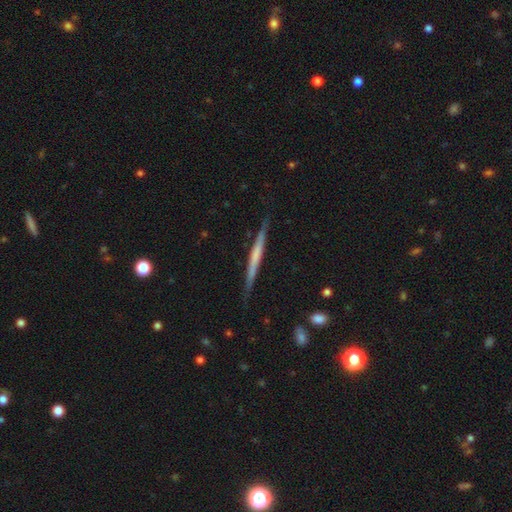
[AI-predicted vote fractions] Overall: featured or disk (58%; smooth 37%). Edge-on disk: yes (97%). Edge-on bulge: none (68%). Merging: none (84%).